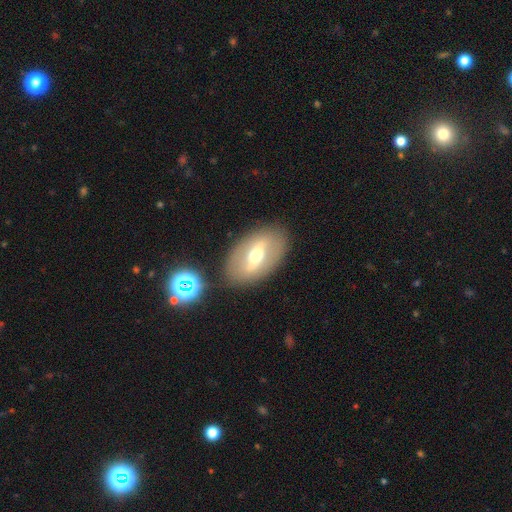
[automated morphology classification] The model was most divided on "smooth or featured": featured or disk: 58%, smooth: 34%, star or artifact: 8%. More confident: edge-on disk — no (84%); merging — none (81%).